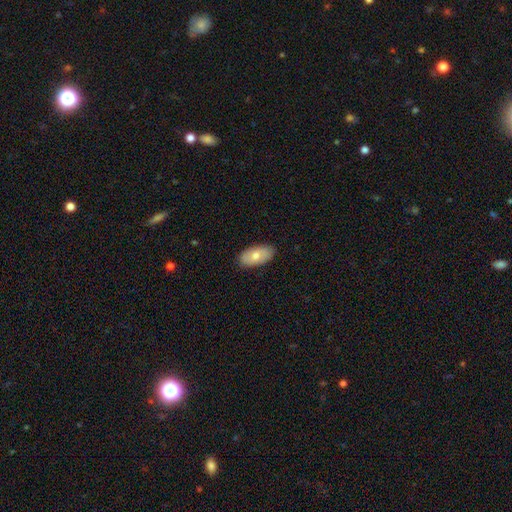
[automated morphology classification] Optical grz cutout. It shows a smooth galaxy with no disk features (73%) that is in between round and cigar-shaped (93%). Merging: none (87%).